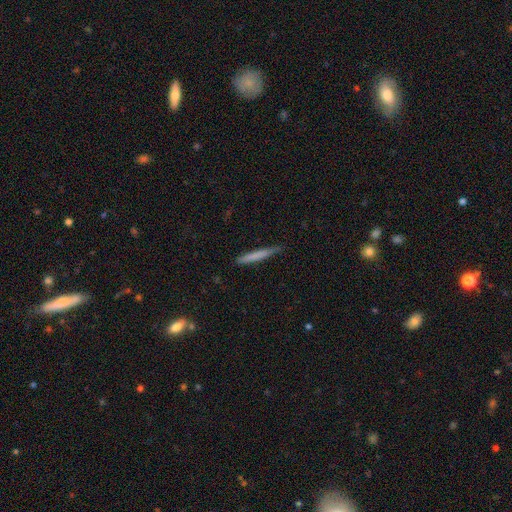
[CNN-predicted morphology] Smooth or featured: smooth — 71% (featured or disk — 23%)
How rounded: cigar-shaped — 96% (in between — 3%)
Merging: none — 84% (minor disturbance — 12%)